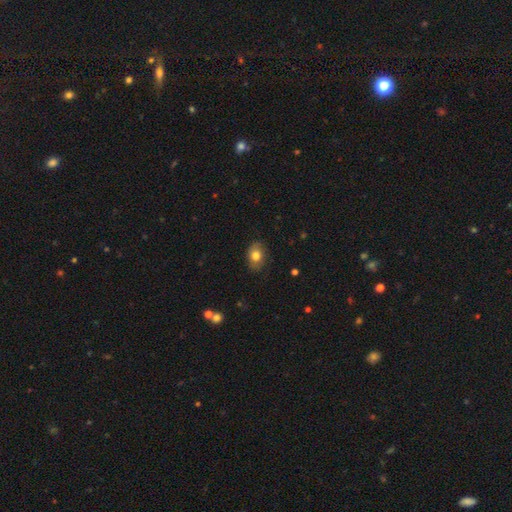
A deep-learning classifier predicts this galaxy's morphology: Overall: smooth (79%). How rounded: in between (73%). Merging: none (83%).